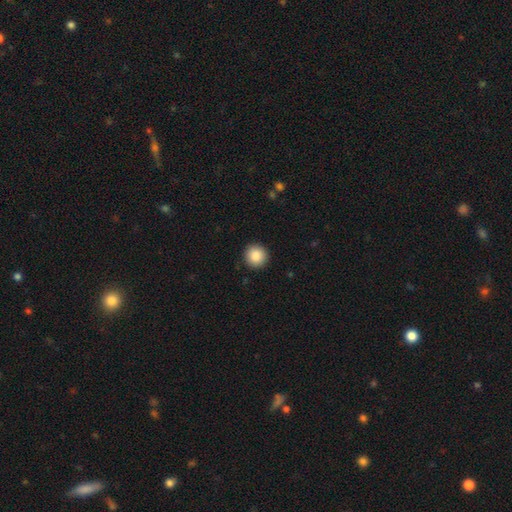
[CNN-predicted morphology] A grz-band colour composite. It shows a smooth galaxy with no disk features (88%) that is round (95%). Merging: none (92%).